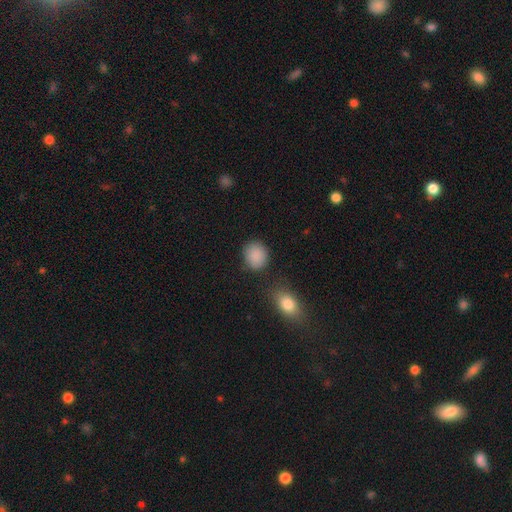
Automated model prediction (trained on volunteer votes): A smooth galaxy with no disk features (89%) that is round (65%).

Vote fractions:
- Smooth or featured? smooth: 89% / star or artifact: 8% / featured or disk: 4%
- How rounded? round: 65% / in between: 34% / cigar-shaped: 1%
- Merging? none: 79% / minor disturbance: 13% / merger: 5% / major disturbance: 4%